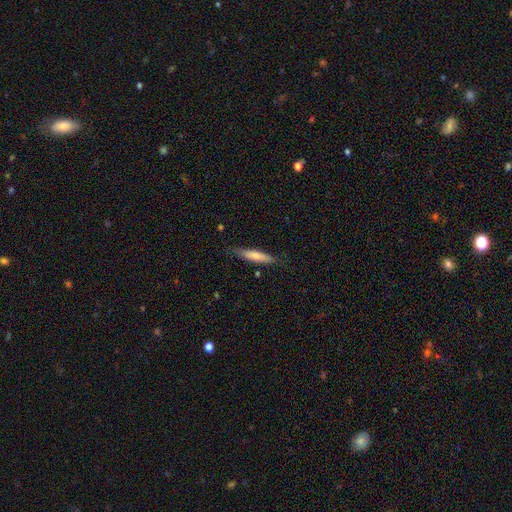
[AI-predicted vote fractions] smooth-or-featured: smooth: 70% | featured or disk: 24% | star or artifact: 6%
  how-rounded: cigar-shaped: 84% | in between: 15% | round: 1%
  merging: none: 82% | minor disturbance: 14% | major disturbance: 2% | merger: 2%